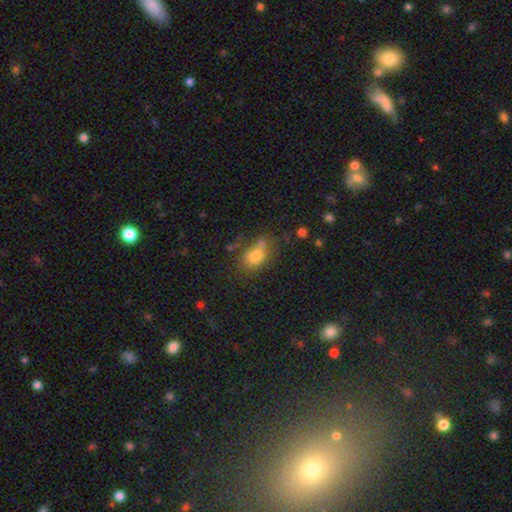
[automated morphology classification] Smooth or featured?
  - smooth: 76% *
  - featured or disk: 12%
  - star or artifact: 11%
How rounded?
  - in between: 73% *
  - round: 24%
  - cigar-shaped: 2%
Merging?
  - none: 50% *
  - minor disturbance: 25%
  - merger: 13%
  - major disturbance: 12%